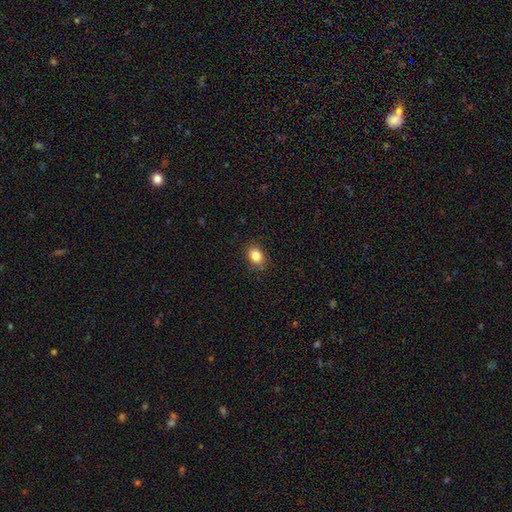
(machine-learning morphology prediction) A smooth galaxy with no disk features (84%) that is in between round and cigar-shaped (67%). Merging: none (87%).